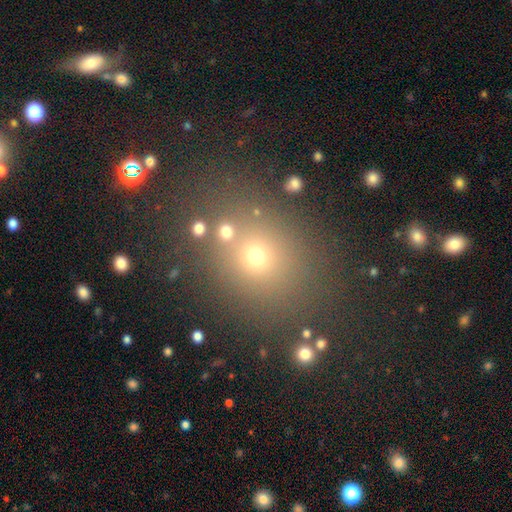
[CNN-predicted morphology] This is likely a smooth galaxy (66%). How rounded: likely round (63%). Merging: likely none (76%).